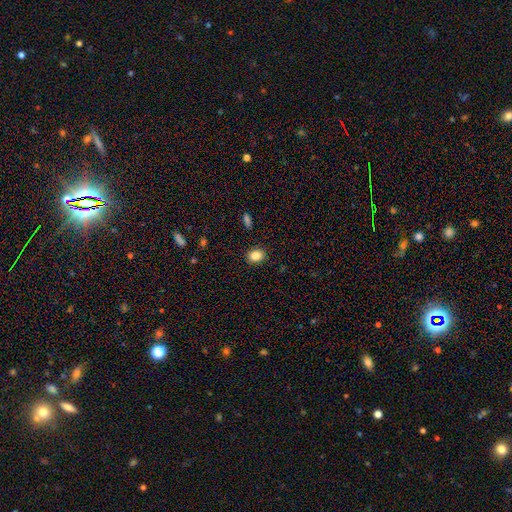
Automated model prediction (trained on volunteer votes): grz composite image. It shows a smooth galaxy with no disk features (85%) that is round (50%). Merging: none (89%).